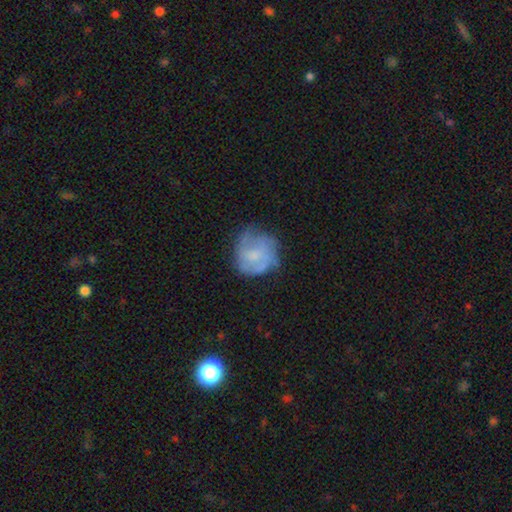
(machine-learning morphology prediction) featured or disk 50%, smooth 42%, star or artifact 8%. Down the decision tree: edge-on disk — no (98%); merging — none (57%).